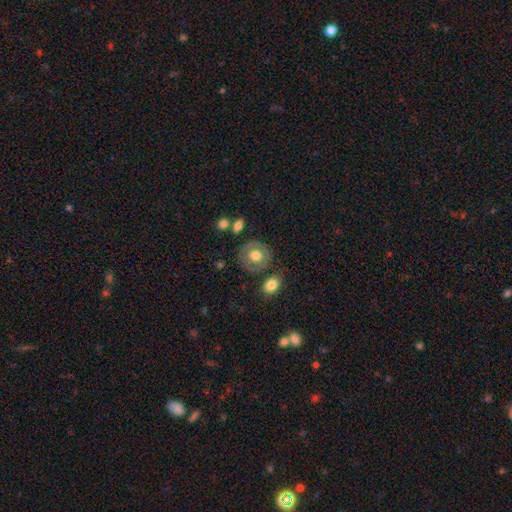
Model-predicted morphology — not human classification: Smooth or featured? Predicted: smooth (p=0.56). How rounded? Predicted: round (p=0.76). Merging? Predicted: none (p=0.73).